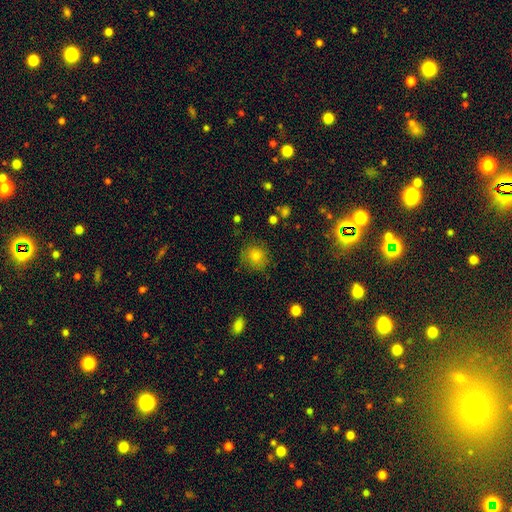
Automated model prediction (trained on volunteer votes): smooth_or_featured: smooth (p=0.76) [alt: star or artifact p=0.15]
how_rounded: round (p=0.87) [alt: in between p=0.12]
merging: none (p=0.81) [alt: minor disturbance p=0.13]